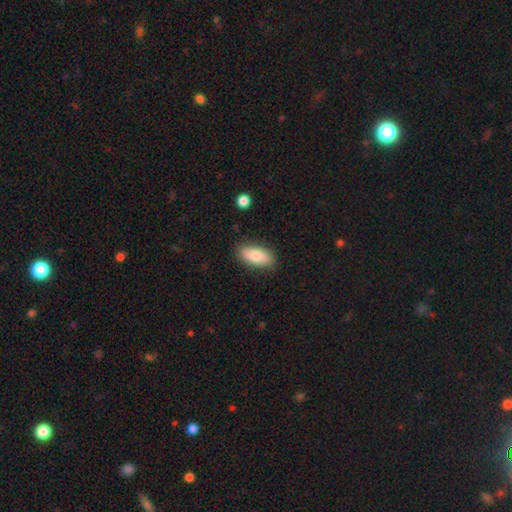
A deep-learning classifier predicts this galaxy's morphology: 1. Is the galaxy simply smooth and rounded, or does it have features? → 79% smooth, 15% featured or disk, 6% star or artifact.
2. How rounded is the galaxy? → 89% in between, 9% cigar-shaped, 3% round.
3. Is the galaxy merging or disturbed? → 85% none, 11% minor disturbance, 2% major disturbance, 1% merger.